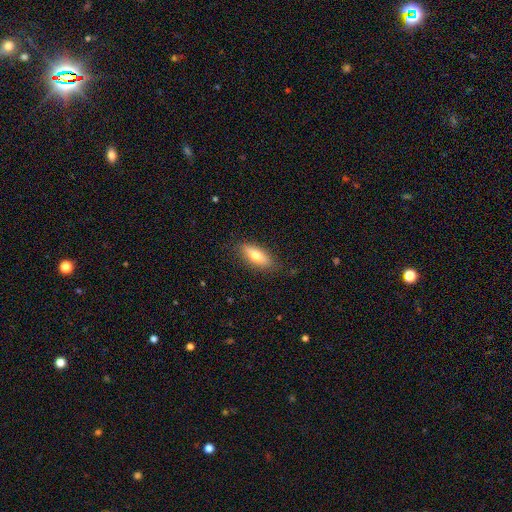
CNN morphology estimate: The model was most divided on "how rounded": in between: 67%, cigar-shaped: 31%, round: 3%. More confident: merging — none (83%); smooth or featured — smooth (70%).